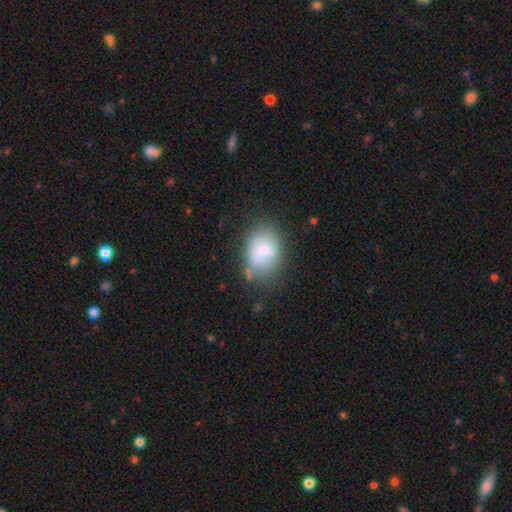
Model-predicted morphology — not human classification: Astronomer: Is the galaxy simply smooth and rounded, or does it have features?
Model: smooth — 76%.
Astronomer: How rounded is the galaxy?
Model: in between — 68%.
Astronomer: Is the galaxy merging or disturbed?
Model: none — 53%.